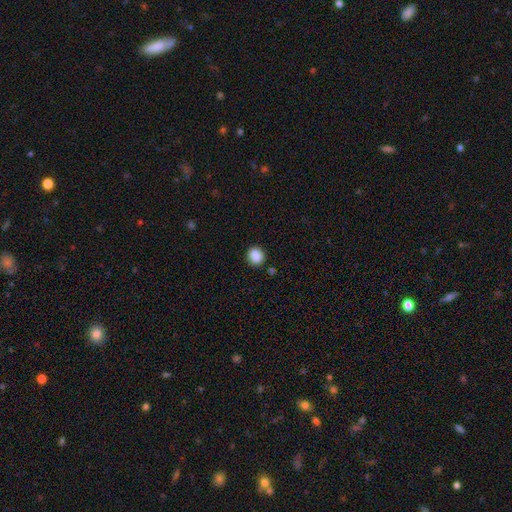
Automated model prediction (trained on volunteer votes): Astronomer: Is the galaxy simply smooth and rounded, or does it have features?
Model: smooth — 88%.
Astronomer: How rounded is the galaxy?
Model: round — 75%.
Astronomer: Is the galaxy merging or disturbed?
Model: none — 87%.